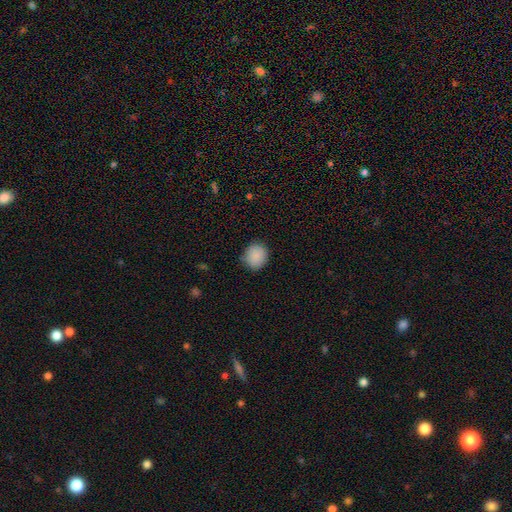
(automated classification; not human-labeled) Smooth or featured: smooth — 89% (star or artifact — 8%)
How rounded: round — 82% (in between — 17%)
Merging: none — 85% (minor disturbance — 12%)